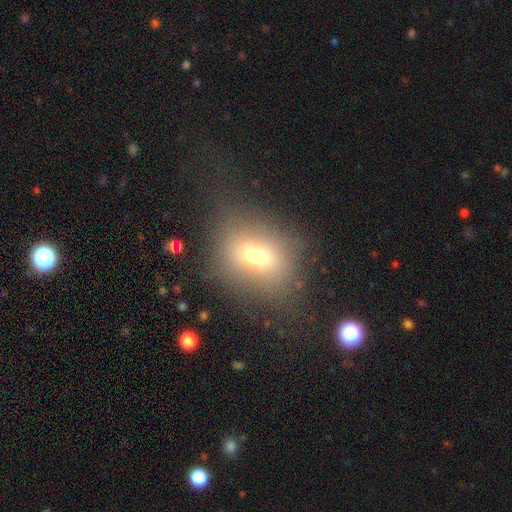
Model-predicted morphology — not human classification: Smooth or featured? Predicted: smooth (p=0.64). How rounded? Predicted: round (p=0.50). Merging? Predicted: none (p=0.68).